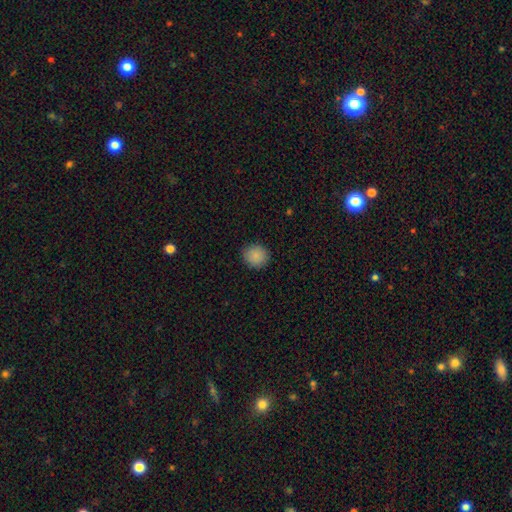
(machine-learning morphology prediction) Q: Smooth or featured?
A: smooth (87%); runner-up: star or artifact (9%)
Q: How rounded?
A: round (86%); runner-up: in between (13%)
Q: Merging?
A: none (89%); runner-up: minor disturbance (8%)